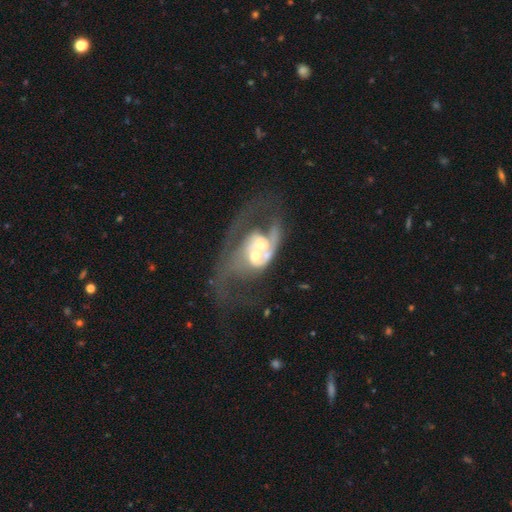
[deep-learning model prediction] Smooth or featured: featured or disk — 76% (smooth — 17%)
Edge-on disk: no — 96% (yes — 4%)
Bar: no — 71% (weak — 22%)
Spiral arms: yes — 68% (no — 32%)
Spiral winding: loose — 49% (medium — 36%)
Spiral arm count: 2 — 56% (can't tell — 20%)
Bulge size: moderate — 57% (small — 27%)
Merging: merger — 64% (major disturbance — 19%)